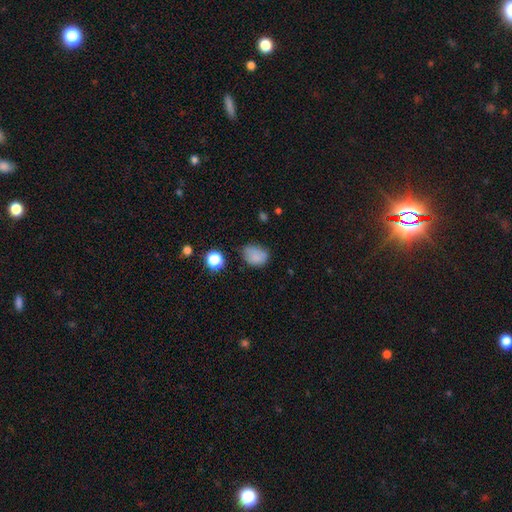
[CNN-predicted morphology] Smooth or featured: smooth — 79% (star or artifact — 12%)
How rounded: in between — 63% (round — 36%)
Merging: none — 52% (minor disturbance — 34%)